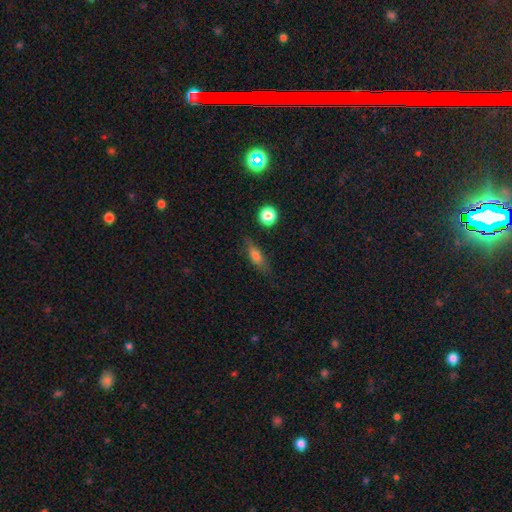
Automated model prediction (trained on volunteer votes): Overall: smooth (66%). How rounded: in between (50%; cigar-shaped 43%). Merging: none (77%).